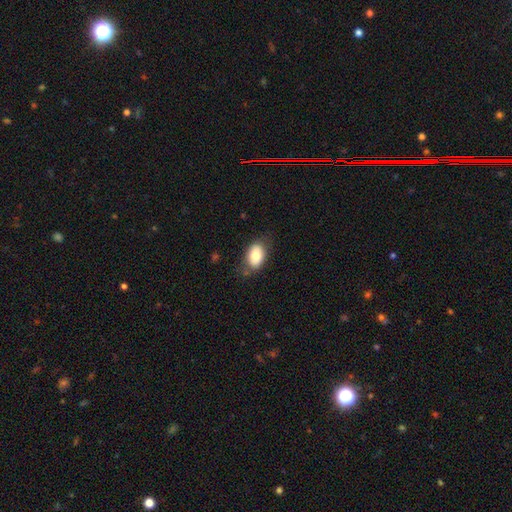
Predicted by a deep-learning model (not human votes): This appears to be a smooth galaxy with no disk features (77%) that is in between round and cigar-shaped (88%). Merging: none (73%).